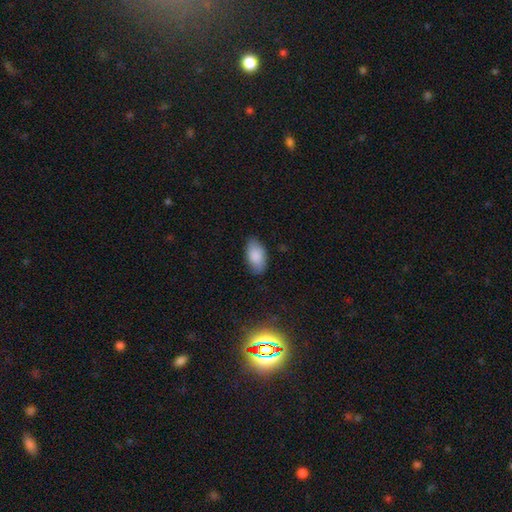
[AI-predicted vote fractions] This is clearly a smooth galaxy (86%). How rounded: clearly in between (94%). Merging: likely none (80%).